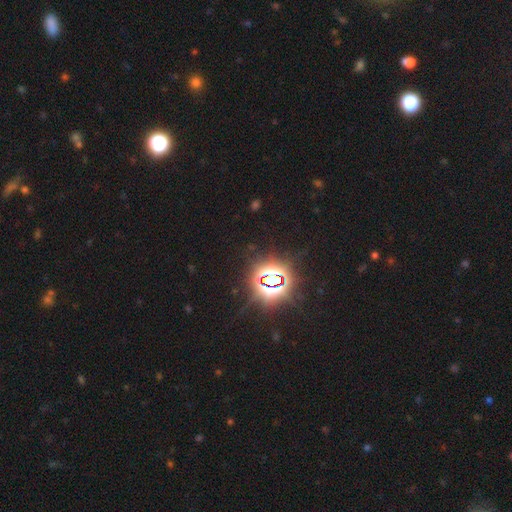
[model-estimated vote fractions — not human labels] Smooth or featured?
  - star or artifact: 80% *
  - smooth: 13%
  - featured or disk: 7%